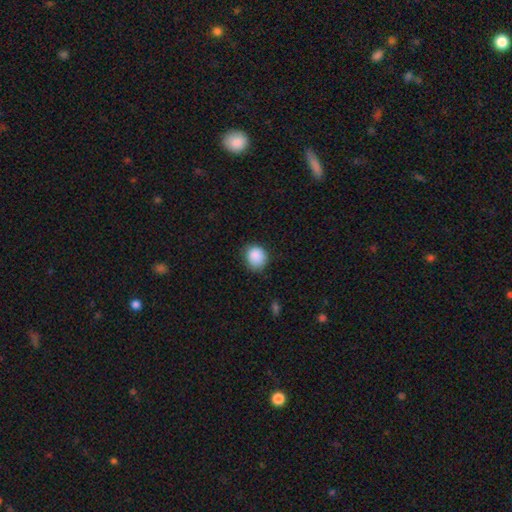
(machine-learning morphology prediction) A smooth galaxy with no disk features (88%) that is round (78%). Merging: none (74%).